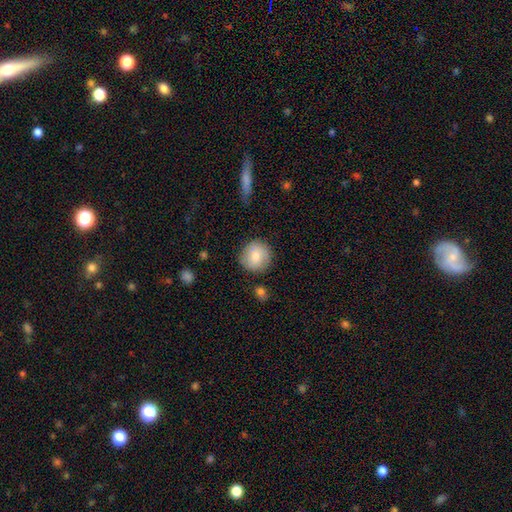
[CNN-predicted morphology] type=smooth (79%); roundness=round (94%); merging=none (85%).